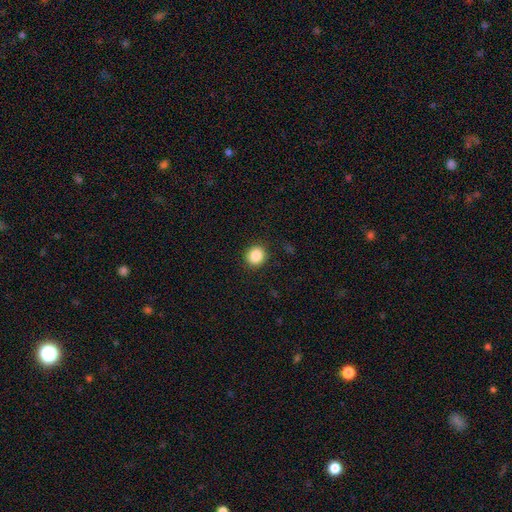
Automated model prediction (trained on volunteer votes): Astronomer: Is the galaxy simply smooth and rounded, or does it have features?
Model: smooth — 87%.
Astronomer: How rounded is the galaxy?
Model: round — 85%.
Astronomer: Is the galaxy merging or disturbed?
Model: none — 90%.